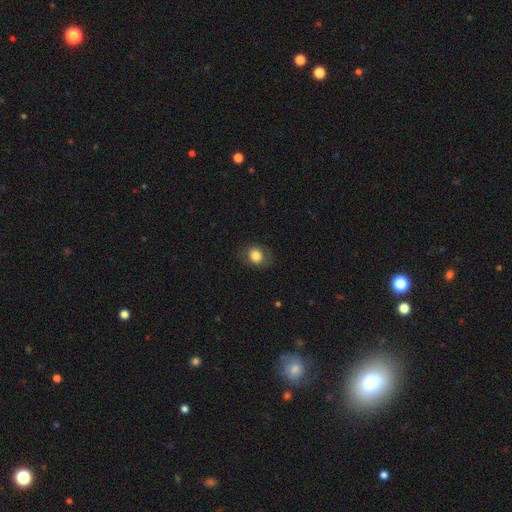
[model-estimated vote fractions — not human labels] smooth-or-featured: smooth: 80% | featured or disk: 11% | star or artifact: 9%
  how-rounded: round: 52% | in between: 47% | cigar-shaped: 1%
  merging: none: 75% | minor disturbance: 17% | major disturbance: 7% | merger: 1%